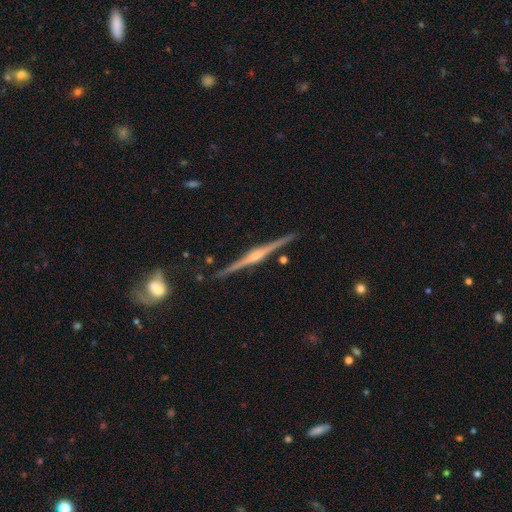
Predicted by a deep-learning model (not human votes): A featured or disk galaxy (89%) viewed edge-on (99%) with a rounded central bulge (87%).

Vote fractions:
- Smooth or featured? featured or disk: 89% / smooth: 6% / star or artifact: 5%
- Edge-on disk? yes: 99% / no: 1%
- Edge-on bulge? rounded: 87% / boxy: 8% / none: 5%
- Merging? none: 89% / minor disturbance: 7% / merger: 2% / major disturbance: 2%